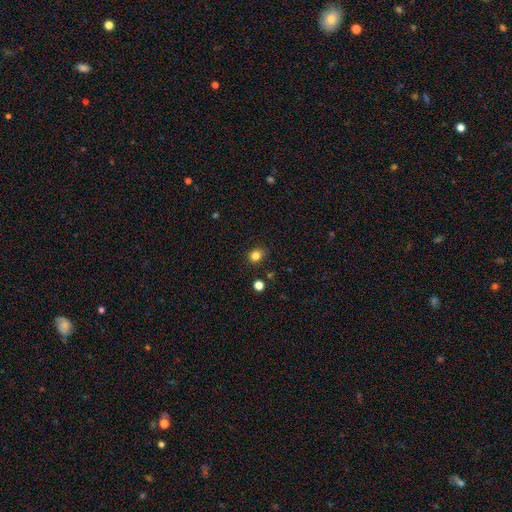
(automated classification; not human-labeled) A smooth galaxy with no disk features (82%) that is round (74%). Merging: none (85%).